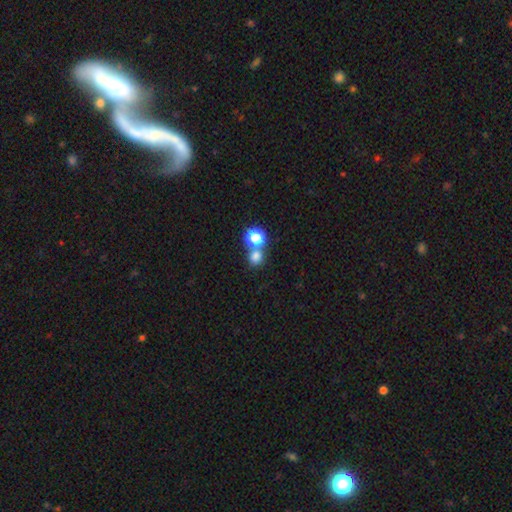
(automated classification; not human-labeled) Smooth or featured? smooth (74%)
How rounded? round (81%)
Merging? none (58%)